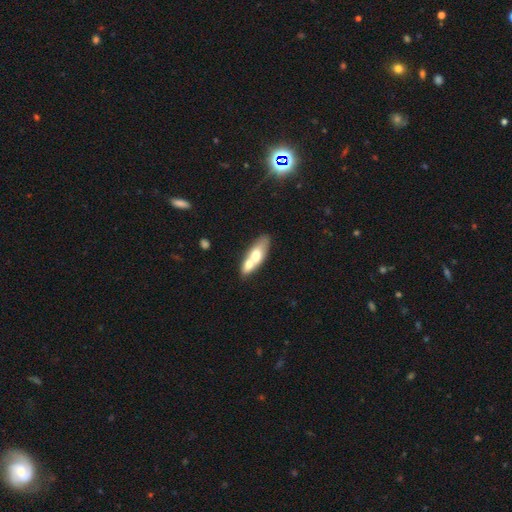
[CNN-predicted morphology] This is possibly a smooth galaxy (56%). How rounded: likely in between (65%). Merging: possibly merger (56%).